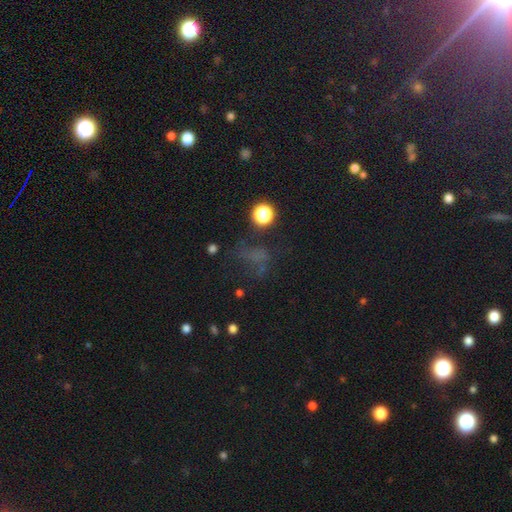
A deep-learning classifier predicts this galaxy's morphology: This appears to be a star or artifact, not a galaxy (44%).